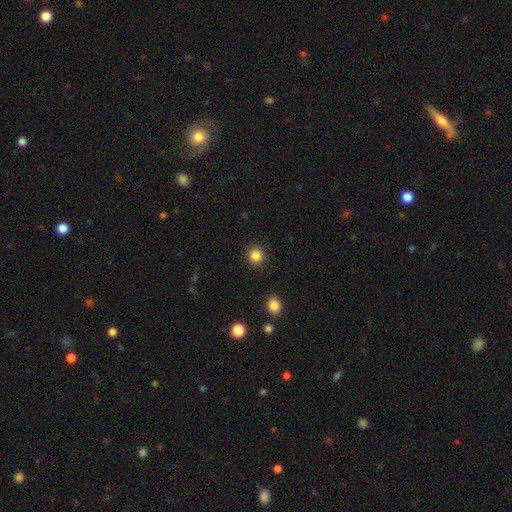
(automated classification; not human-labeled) Smooth or featured? Predicted: smooth (p=0.86). How rounded? Predicted: round (p=0.91). Merging? Predicted: none (p=0.91).